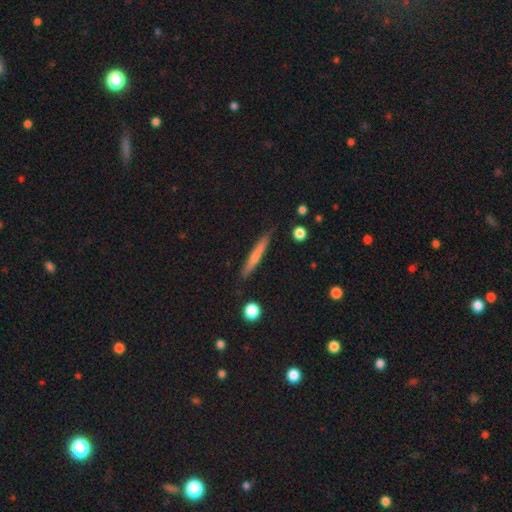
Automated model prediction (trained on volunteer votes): Smooth or featured? Predicted: smooth (p=0.60). How rounded? Predicted: cigar-shaped (p=0.95). Merging? Predicted: none (p=0.87).